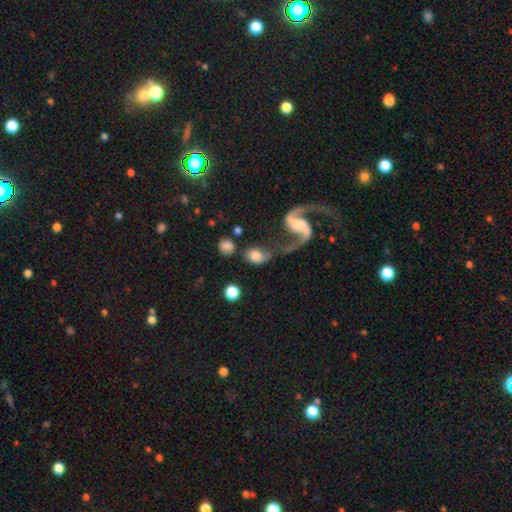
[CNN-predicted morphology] smooth 54%, featured or disk 37%, star or artifact 10%. Down the decision tree: how rounded — in between (58%); merging — none (35%).